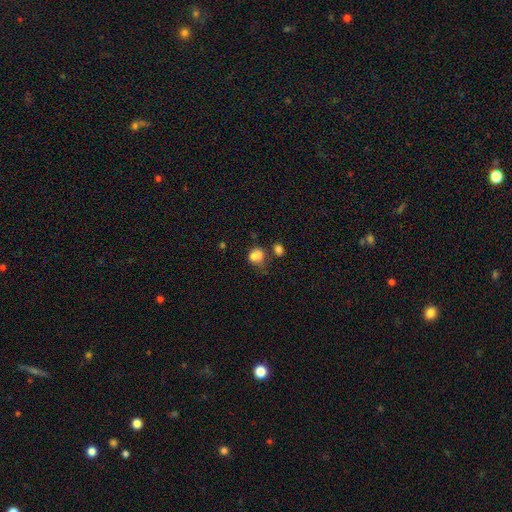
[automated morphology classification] Overall: smooth (73%). How rounded: round (58%; in between 41%). Merging: merger (40%; none 29%).